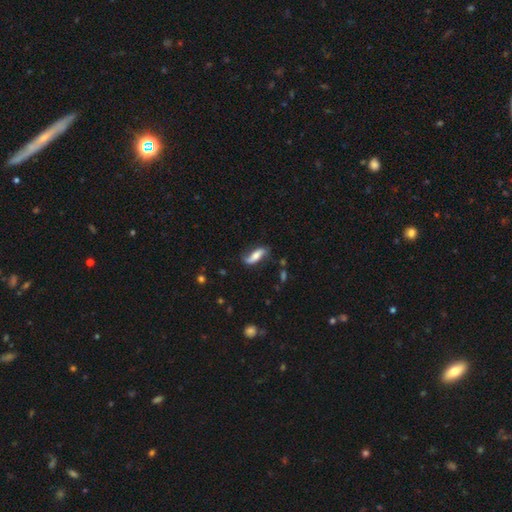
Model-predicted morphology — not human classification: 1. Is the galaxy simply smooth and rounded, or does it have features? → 48% featured or disk, 45% smooth, 7% star or artifact.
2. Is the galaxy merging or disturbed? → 64% none, 24% minor disturbance, 9% major disturbance, 3% merger.